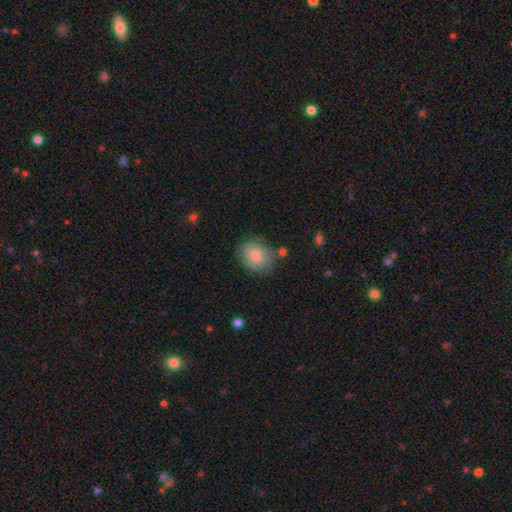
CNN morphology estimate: Smooth or featured?
  - smooth: 82% *
  - featured or disk: 10%
  - star or artifact: 7%
How rounded?
  - round: 61% *
  - in between: 38%
  - cigar-shaped: 1%
Merging?
  - none: 70% *
  - minor disturbance: 20%
  - major disturbance: 6%
  - merger: 4%